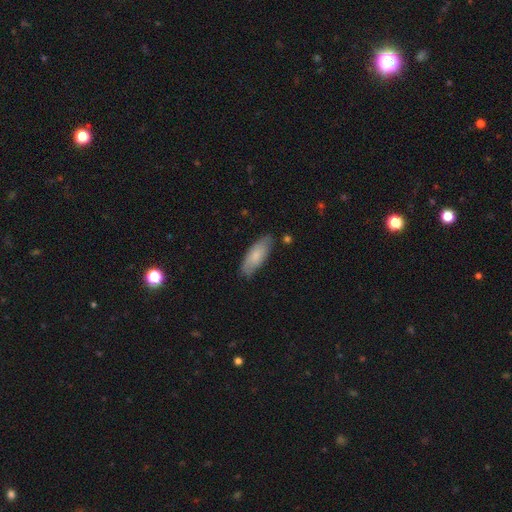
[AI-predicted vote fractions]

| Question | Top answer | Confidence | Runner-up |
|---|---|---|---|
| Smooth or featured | smooth | 76% | featured or disk (19%) |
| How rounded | in between | 70% | cigar-shaped (28%) |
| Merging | none | 78% | minor disturbance (17%) |